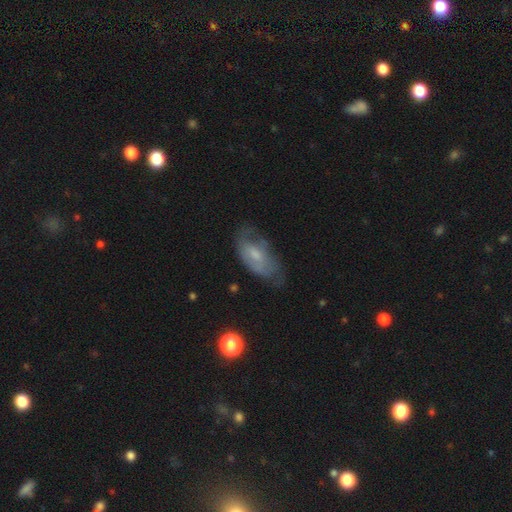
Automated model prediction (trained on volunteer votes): Morphology: type=featured or disk (46%, tied with smooth); merging=none (51%).